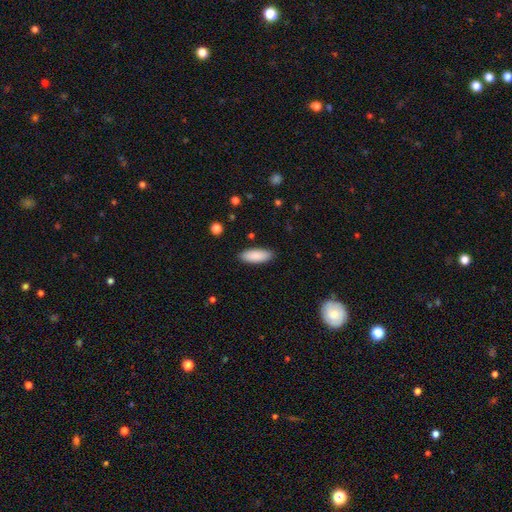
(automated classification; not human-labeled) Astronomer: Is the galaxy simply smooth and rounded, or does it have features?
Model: smooth — 89%.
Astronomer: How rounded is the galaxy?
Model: in between — 74%.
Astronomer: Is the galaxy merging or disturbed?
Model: none — 89%.